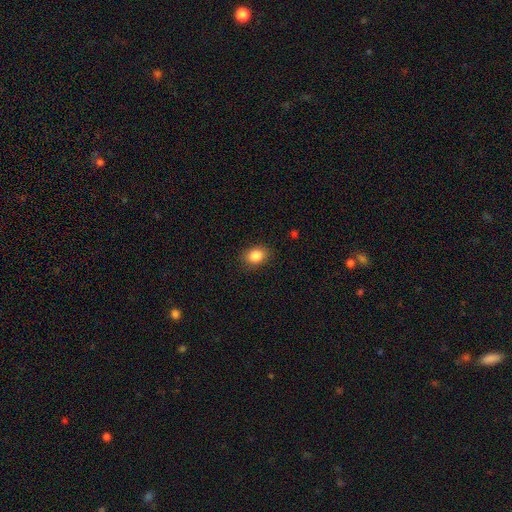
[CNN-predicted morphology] Smooth or featured: smooth — 87% (star or artifact — 9%)
How rounded: in between — 64% (round — 35%)
Merging: none — 87% (minor disturbance — 10%)